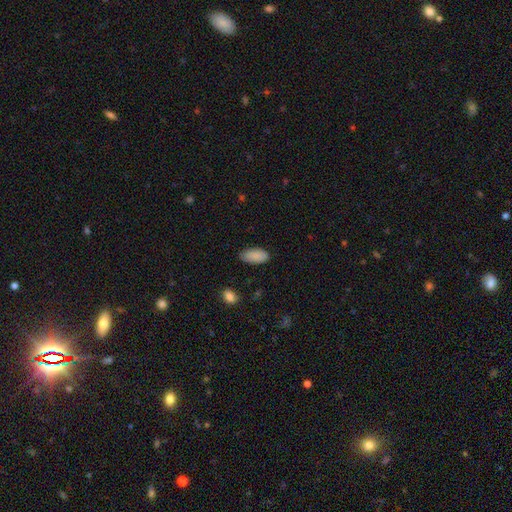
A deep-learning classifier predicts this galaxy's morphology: smooth 88%, star or artifact 7%, featured or disk 5%. Down the decision tree: how rounded — in between (93%); merging — none (80%).